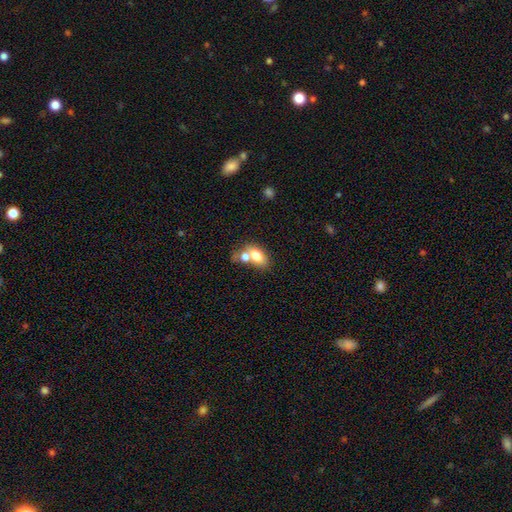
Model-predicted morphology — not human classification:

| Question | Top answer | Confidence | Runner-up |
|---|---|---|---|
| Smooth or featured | smooth | 74% | featured or disk (18%) |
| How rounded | in between | 81% | round (17%) |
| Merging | merger | 56% | none (29%) |